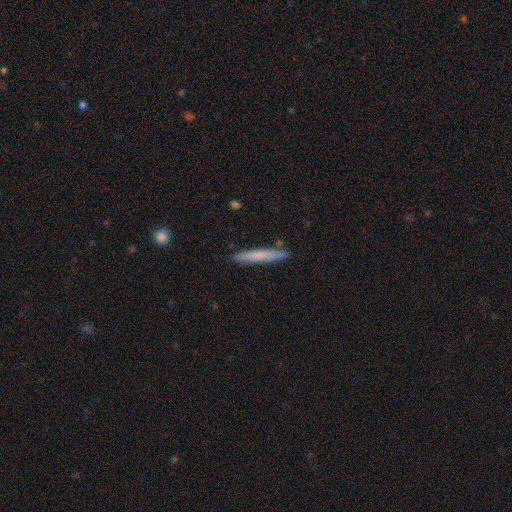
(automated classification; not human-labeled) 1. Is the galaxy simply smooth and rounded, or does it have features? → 68% smooth, 27% featured or disk, 6% star or artifact.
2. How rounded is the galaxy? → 96% cigar-shaped, 3% in between, 1% round.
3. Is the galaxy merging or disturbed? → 89% none, 8% minor disturbance, 2% merger, 1% major disturbance.